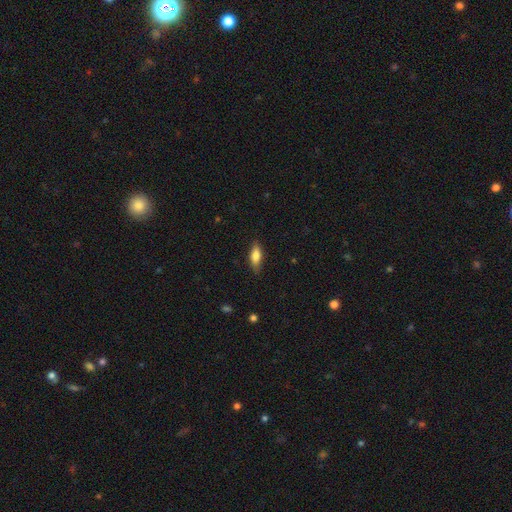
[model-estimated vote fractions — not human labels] Smooth or featured? Predicted: smooth (p=0.78). How rounded? Predicted: in between (p=0.65). Merging? Predicted: none (p=0.82).